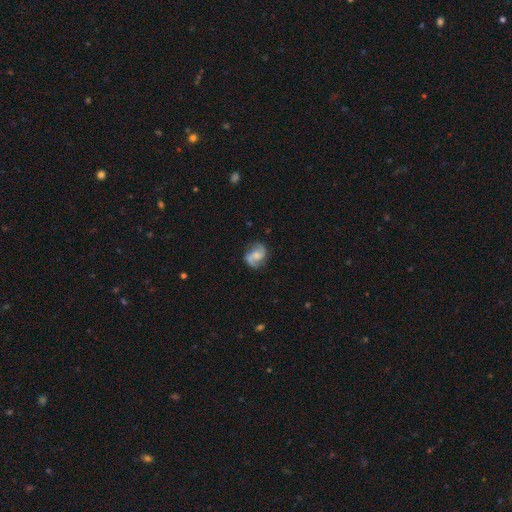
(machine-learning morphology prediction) smooth-or-featured: featured or disk: 80% | smooth: 14% | star or artifact: 7%
  disk-edge-on: no: 98% | yes: 2%
    bar: no: 52% | weak: 40% | strong: 8%
    has-spiral-arms: yes: 96% | no: 4%
      spiral-winding: medium: 49% | loose: 35% | tight: 16%
      spiral-arm-count: 2: 91% | can't tell: 3% | 1: 2% | 3: 1% | 4: 1% | more than 4: 1%
    bulge-size: small: 34% | moderate: 32% | none: 26% | large: 6% | dominant: 2%
  merging: none: 77% | minor disturbance: 16% | major disturbance: 5% | merger: 2%